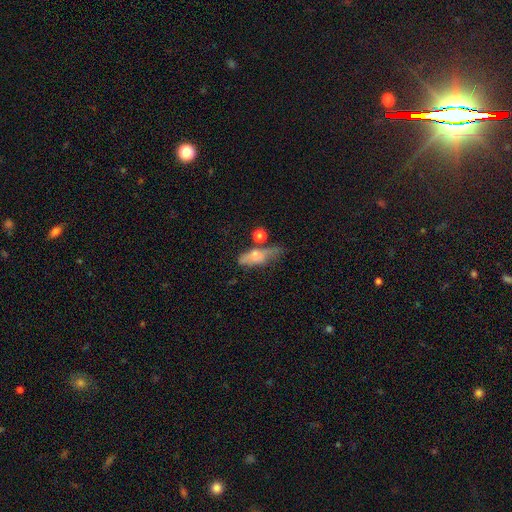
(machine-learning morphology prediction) Smooth or featured: smooth — 62% (featured or disk — 28%)
How rounded: in between — 64% (cigar-shaped — 28%)
Merging: none — 35% (minor disturbance — 28%)